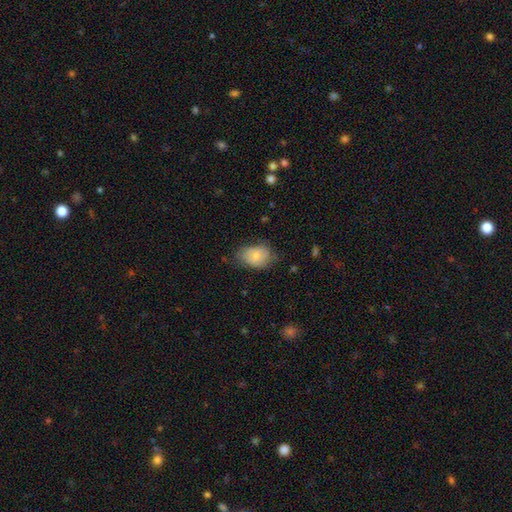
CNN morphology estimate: type=smooth (73%); roundness=in between (82%); merging=none (57%).